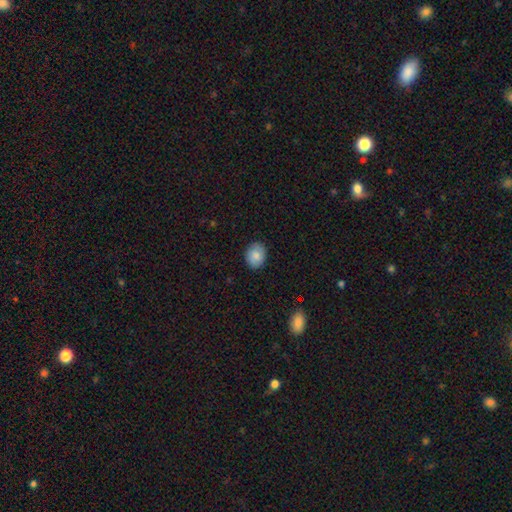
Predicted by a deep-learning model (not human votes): A smooth galaxy with no disk features (85%) that is in between round and cigar-shaped (50%). Merging: none (88%).